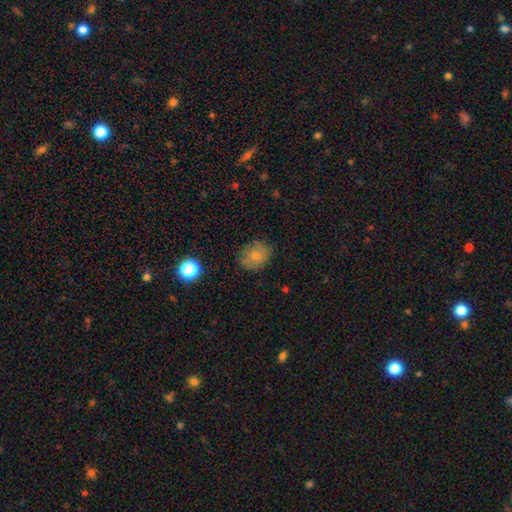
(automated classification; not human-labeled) smooth 75%, featured or disk 14%, star or artifact 11%. Down the decision tree: how rounded — round (59%); merging — none (78%).